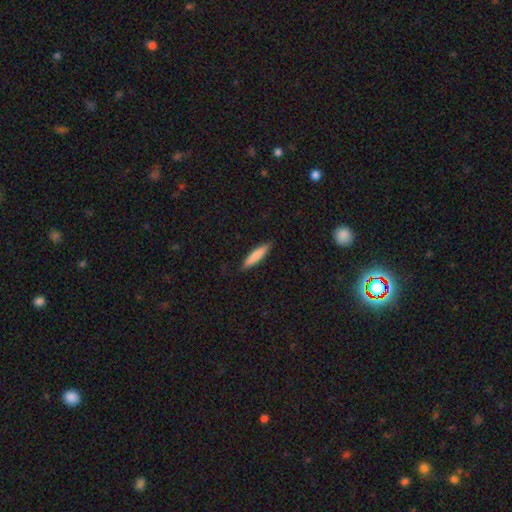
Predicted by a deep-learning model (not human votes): This is likely a smooth galaxy (80%). How rounded: clearly cigar-shaped (84%). Merging: clearly none (88%).